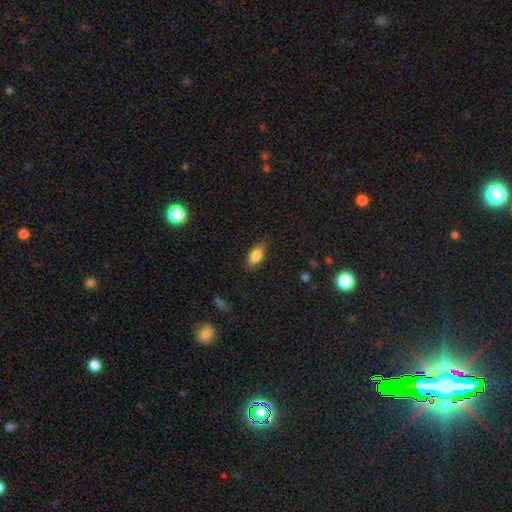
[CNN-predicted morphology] smooth 85%, featured or disk 8%, star or artifact 8%. Down the decision tree: how rounded — in between (88%); merging — none (82%).